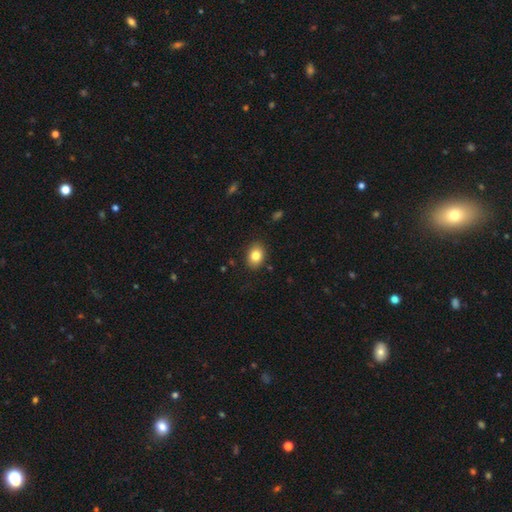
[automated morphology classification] Smooth or featured?
  - smooth: 83% *
  - star or artifact: 9%
  - featured or disk: 8%
How rounded?
  - in between: 66% *
  - round: 33%
  - cigar-shaped: 1%
Merging?
  - none: 88% *
  - minor disturbance: 9%
  - major disturbance: 2%
  - merger: 1%